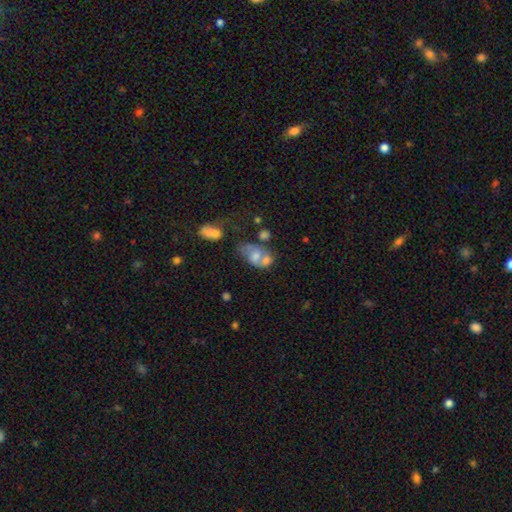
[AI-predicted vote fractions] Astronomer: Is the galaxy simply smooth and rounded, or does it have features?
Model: smooth — 50% (runner-up: featured or disk, 39%).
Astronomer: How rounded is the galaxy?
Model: in between — 78%.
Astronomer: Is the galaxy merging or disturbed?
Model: merger — 51%.